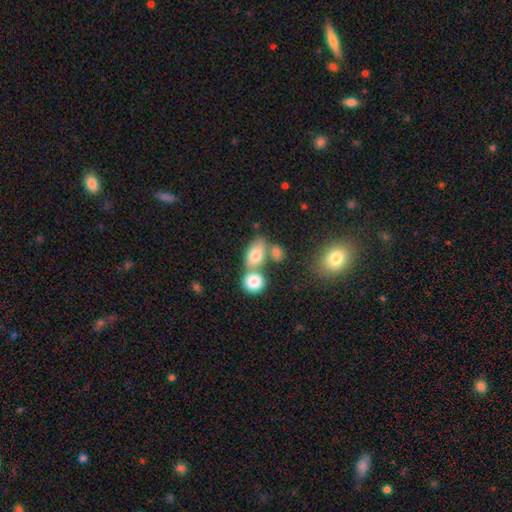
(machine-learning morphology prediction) Smooth or featured?
  - smooth: 76% *
  - featured or disk: 15%
  - star or artifact: 10%
How rounded?
  - in between: 78% *
  - round: 18%
  - cigar-shaped: 3%
Merging?
  - none: 43% *
  - merger: 41%
  - minor disturbance: 11%
  - major disturbance: 5%